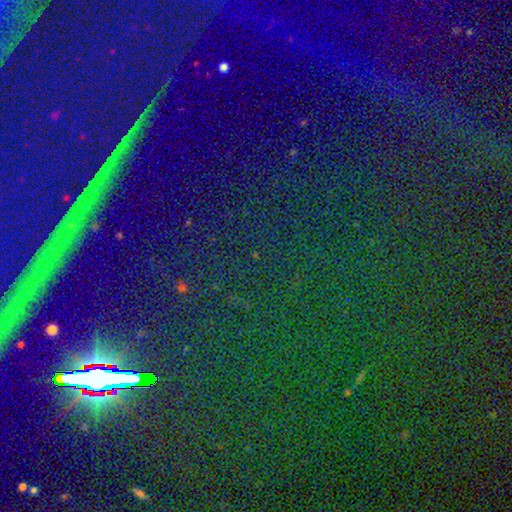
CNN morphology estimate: smooth_or_featured: star or artifact (p=0.81) [alt: smooth p=0.11]